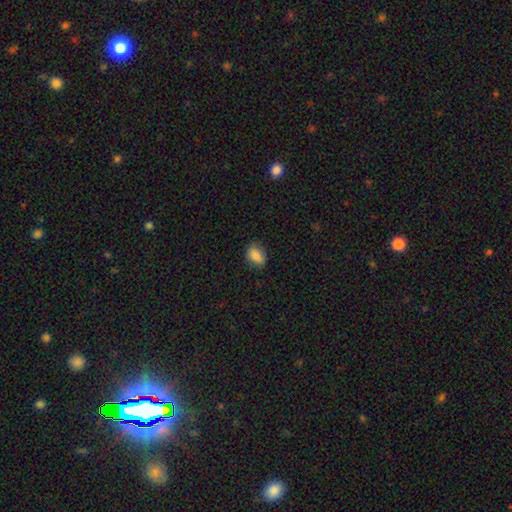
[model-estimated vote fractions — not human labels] Smooth or featured? smooth (83%)
How rounded? in between (74%)
Merging? none (78%)